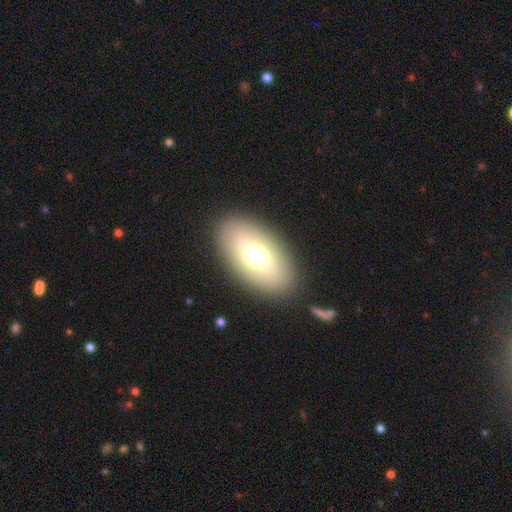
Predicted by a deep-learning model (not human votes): Smooth or featured? Predicted: smooth (p=0.61). How rounded? Predicted: in between (p=0.85). Merging? Predicted: none (p=0.86).